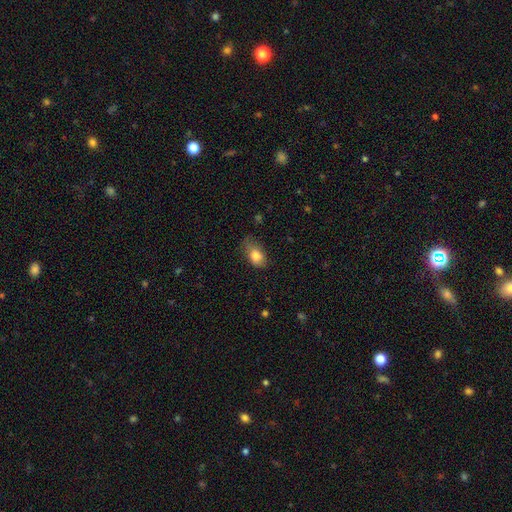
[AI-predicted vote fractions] Morphology: type=smooth (80%); roundness=in between (85%); merging=none (53%).